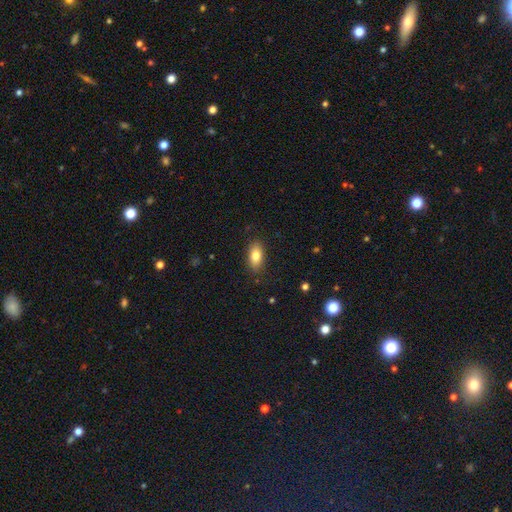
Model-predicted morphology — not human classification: type=smooth (81%); roundness=in between (88%); merging=none (85%).